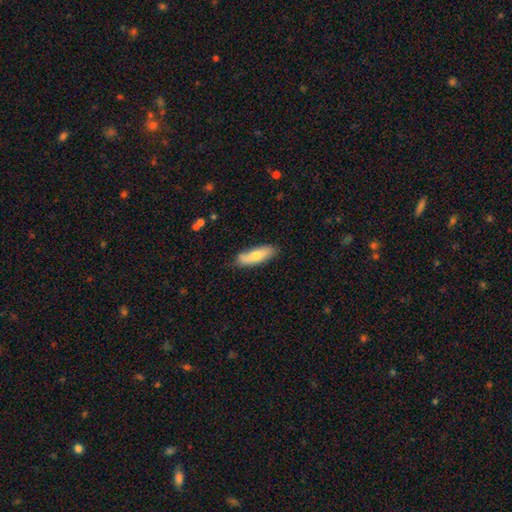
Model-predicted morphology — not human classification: A smooth galaxy with no disk features (65%) that is in between round and cigar-shaped (51%). Merging: none (77%).